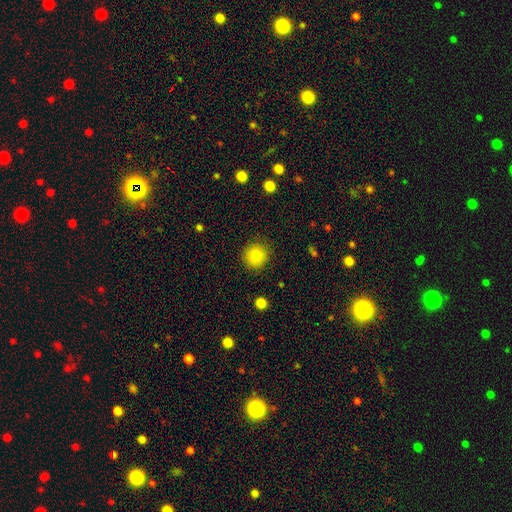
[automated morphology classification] Smooth or featured? smooth (86%)
How rounded? round (90%)
Merging? none (88%)